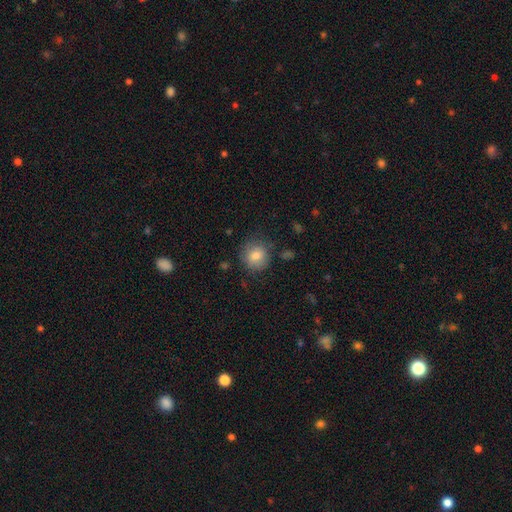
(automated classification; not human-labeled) Overall: smooth (80%). How rounded: round (85%). Merging: none (78%).